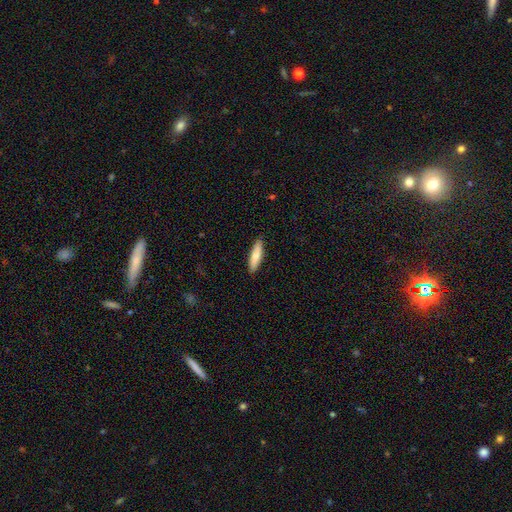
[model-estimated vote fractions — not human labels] Overall: smooth (75%). How rounded: cigar-shaped (72%). Merging: none (90%).